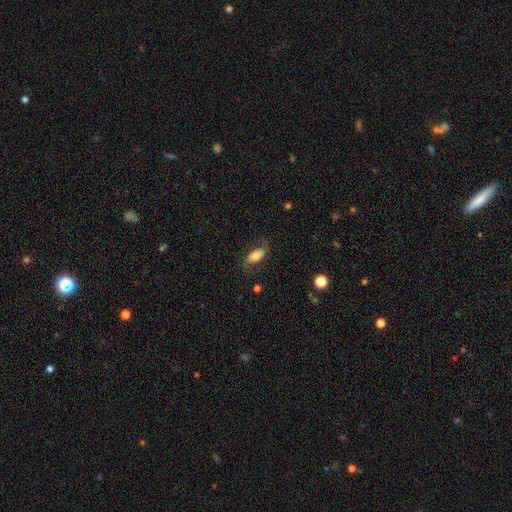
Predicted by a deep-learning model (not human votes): A smooth galaxy with no disk features (62%) that is in between round and cigar-shaped (87%). Merging: none (68%).